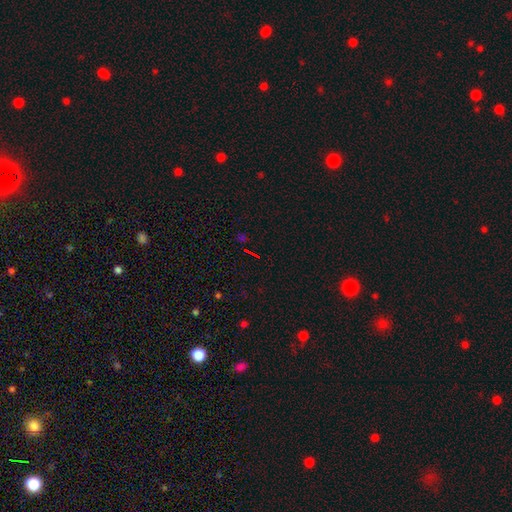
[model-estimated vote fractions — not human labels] This appears to be a star or artifact, not a galaxy (74%).